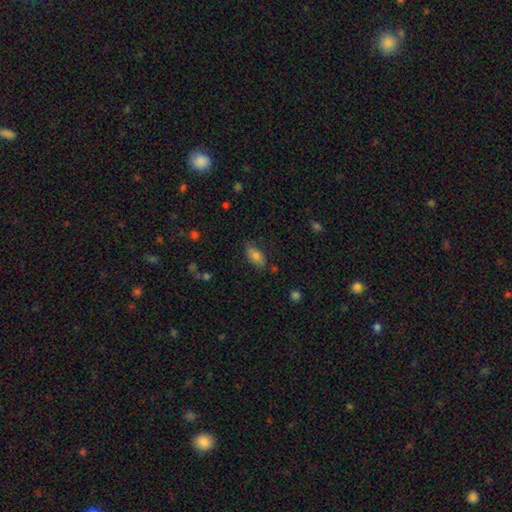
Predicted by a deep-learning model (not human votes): smooth 76%, featured or disk 16%, star or artifact 9%. Down the decision tree: how rounded — in between (89%); merging — none (74%).